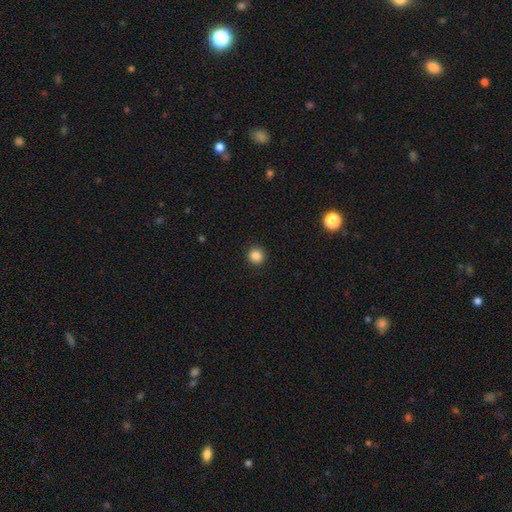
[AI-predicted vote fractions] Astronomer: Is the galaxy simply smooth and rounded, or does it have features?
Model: smooth — 87%.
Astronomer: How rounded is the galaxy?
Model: round — 94%.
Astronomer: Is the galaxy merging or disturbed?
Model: none — 92%.